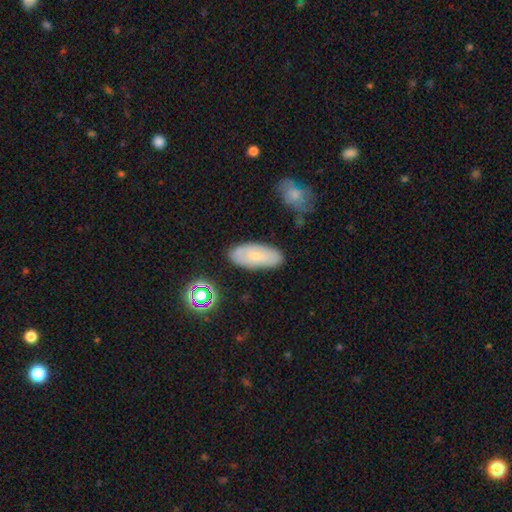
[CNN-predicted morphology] A smooth galaxy with no disk features (61%) that is in between round and cigar-shaped (86%). Merging: none (80%).